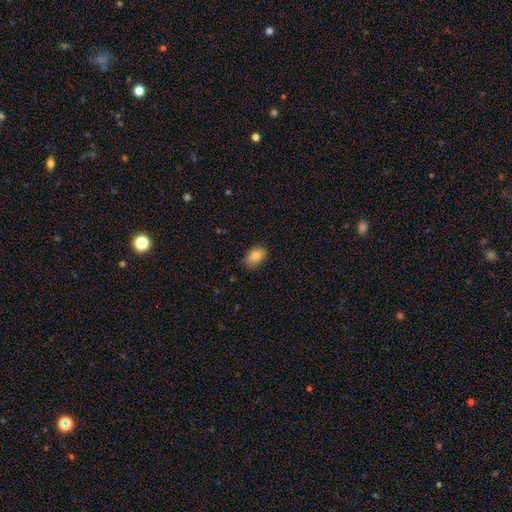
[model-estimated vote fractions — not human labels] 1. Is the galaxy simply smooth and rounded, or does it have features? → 84% smooth, 8% star or artifact, 8% featured or disk.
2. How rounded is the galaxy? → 86% in between, 13% round, 1% cigar-shaped.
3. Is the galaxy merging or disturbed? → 81% none, 15% minor disturbance, 3% major disturbance, 1% merger.